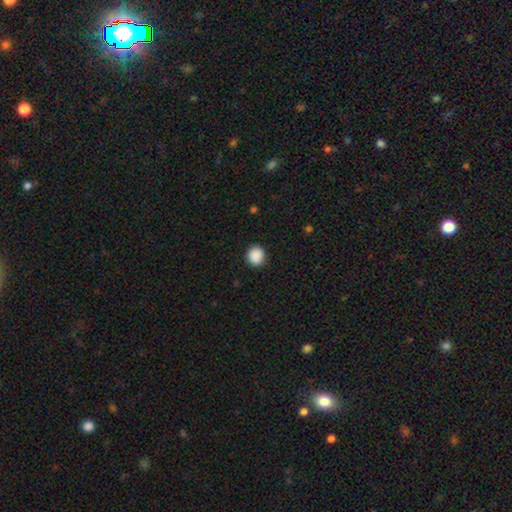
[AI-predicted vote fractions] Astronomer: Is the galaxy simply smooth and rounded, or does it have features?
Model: smooth — 89%.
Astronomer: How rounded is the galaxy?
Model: round — 85%.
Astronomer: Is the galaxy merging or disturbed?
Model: none — 91%.